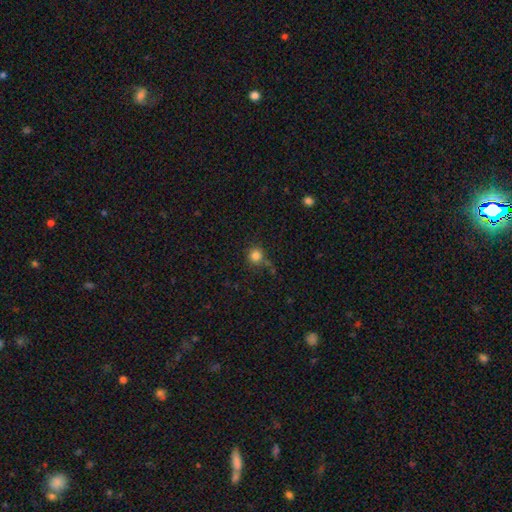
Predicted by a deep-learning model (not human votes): Smooth or featured? smooth (83%)
How rounded? round (92%)
Merging? none (78%)